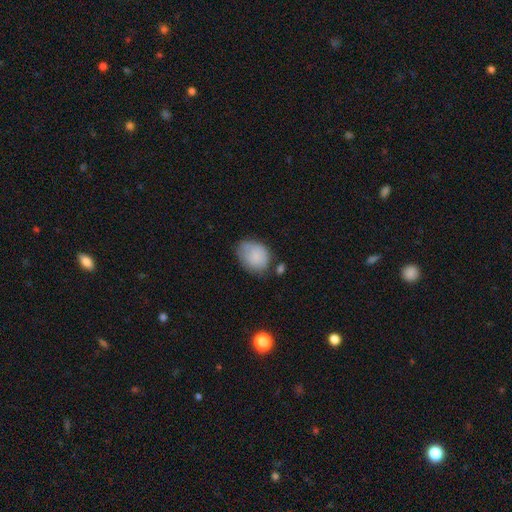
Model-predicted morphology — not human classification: Smooth or featured: smooth — 82% (featured or disk — 11%)
How rounded: in between — 63% (round — 36%)
Merging: none — 52% (minor disturbance — 31%)